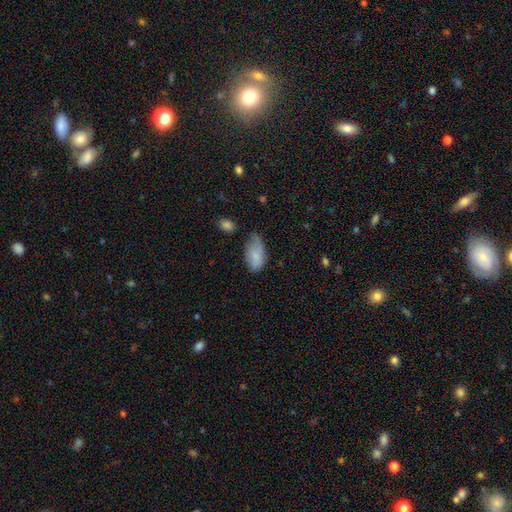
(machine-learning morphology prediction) smooth-or-featured: smooth: 82% | featured or disk: 11% | star or artifact: 7%
  how-rounded: in between: 94% | round: 3% | cigar-shaped: 2%
  merging: minor disturbance: 45% | none: 37% | major disturbance: 14% | merger: 4%